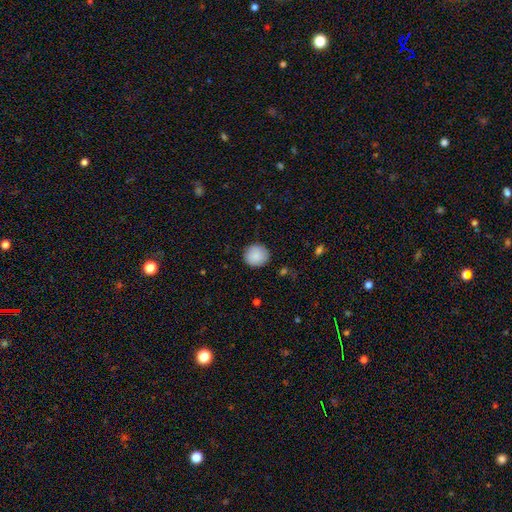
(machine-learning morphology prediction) smooth_or_featured: smooth (p=0.89) [alt: star or artifact p=0.07]
how_rounded: round (p=0.91) [alt: in between p=0.09]
merging: none (p=0.89) [alt: minor disturbance p=0.08]